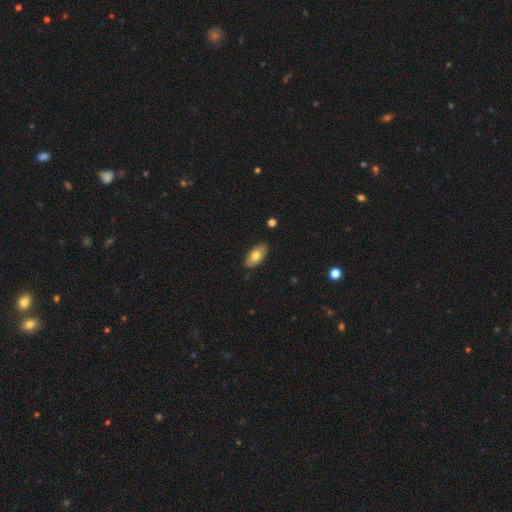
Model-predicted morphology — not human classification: Overall: smooth (71%). How rounded: in between (93%). Merging: none (84%).